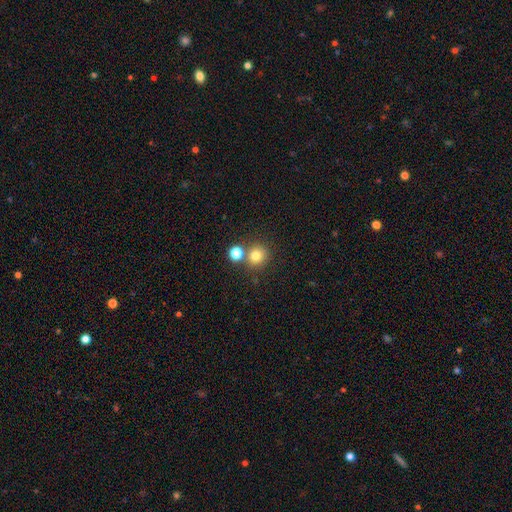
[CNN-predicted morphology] This is likely a smooth galaxy (77%). How rounded: clearly round (90%). Merging: likely none (70%).